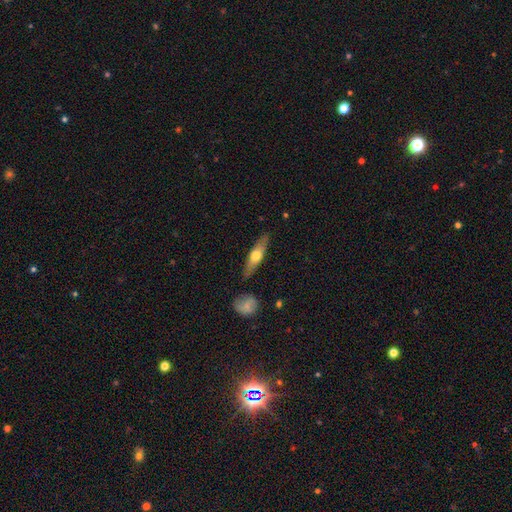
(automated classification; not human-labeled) Overall: smooth (48%; featured or disk 47%). Merging: none (84%).